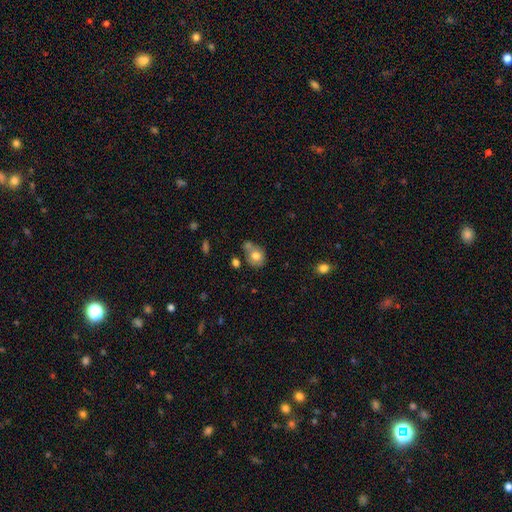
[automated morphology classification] Smooth or featured: smooth — 75% (featured or disk — 16%)
How rounded: round — 63% (in between — 36%)
Merging: none — 47% (merger — 28%)